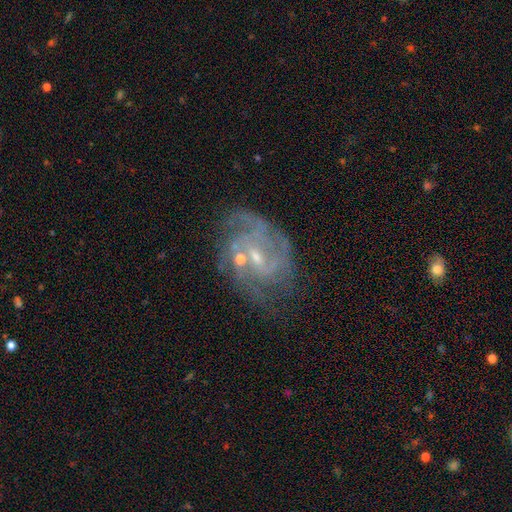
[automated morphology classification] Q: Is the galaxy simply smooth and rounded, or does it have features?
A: featured or disk — 82%.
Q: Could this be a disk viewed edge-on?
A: no — 97%.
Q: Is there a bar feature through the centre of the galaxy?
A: weak — 50%.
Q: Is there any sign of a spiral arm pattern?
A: yes — 91%.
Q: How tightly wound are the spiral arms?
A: tight — 43%, tied with medium.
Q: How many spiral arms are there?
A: can't tell — 30%.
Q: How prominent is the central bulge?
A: small — 65%.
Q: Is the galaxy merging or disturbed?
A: none — 55%.